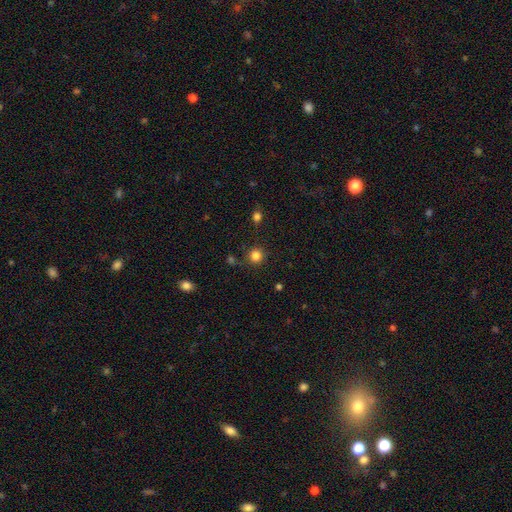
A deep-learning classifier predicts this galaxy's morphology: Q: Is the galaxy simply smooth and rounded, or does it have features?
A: smooth — 83%.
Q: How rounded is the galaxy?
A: round — 93%.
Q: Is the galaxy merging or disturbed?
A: none — 85%.